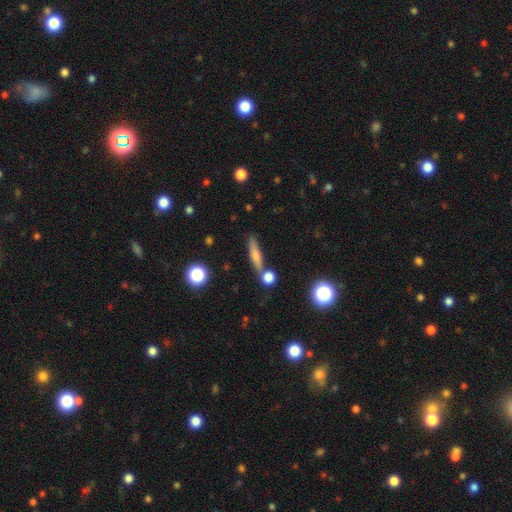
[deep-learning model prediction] smooth_or_featured: smooth (p=0.62) [alt: featured or disk p=0.28]
how_rounded: cigar-shaped (p=0.79) [alt: in between p=0.16]
merging: none (p=0.71) [alt: merger p=0.13]